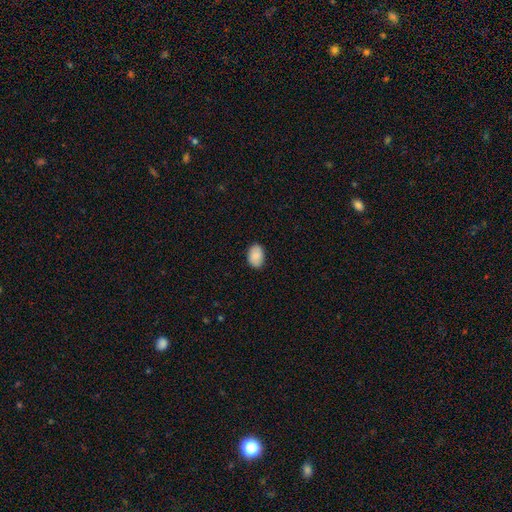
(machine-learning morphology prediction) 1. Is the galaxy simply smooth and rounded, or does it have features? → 88% smooth, 6% star or artifact, 5% featured or disk.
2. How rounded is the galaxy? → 84% in between, 15% round, 1% cigar-shaped.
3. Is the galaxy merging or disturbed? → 88% none, 9% minor disturbance, 2% major disturbance, 1% merger.